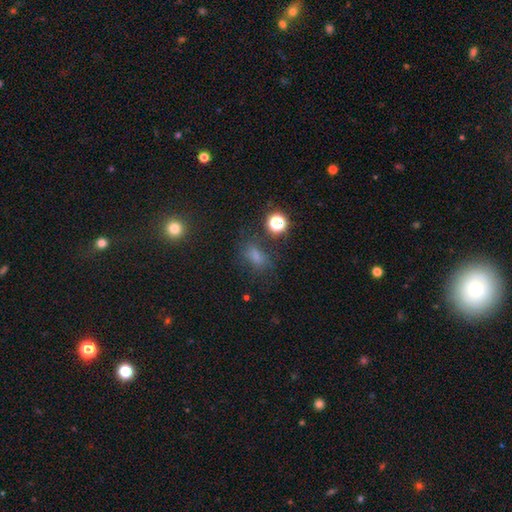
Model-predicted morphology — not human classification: A smooth galaxy with no disk features (57%) that is in between round and cigar-shaped (67%). Merging: none (70%).